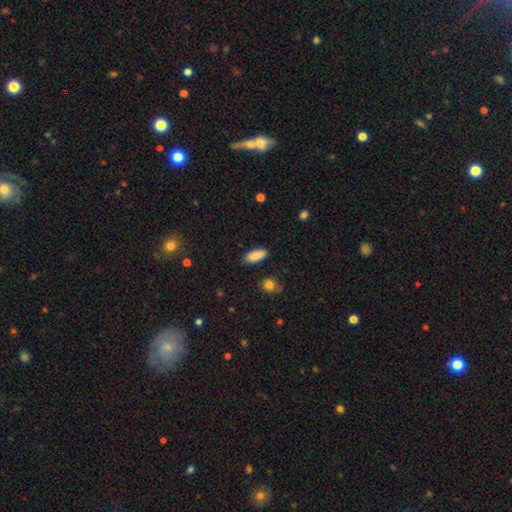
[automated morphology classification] smooth 89%, star or artifact 7%, featured or disk 4%. Down the decision tree: how rounded — in between (84%); merging — none (85%).